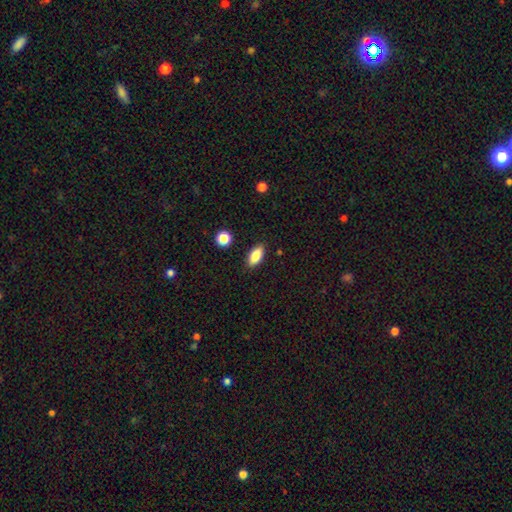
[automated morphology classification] type=smooth (84%); roundness=in between (86%); merging=none (88%).